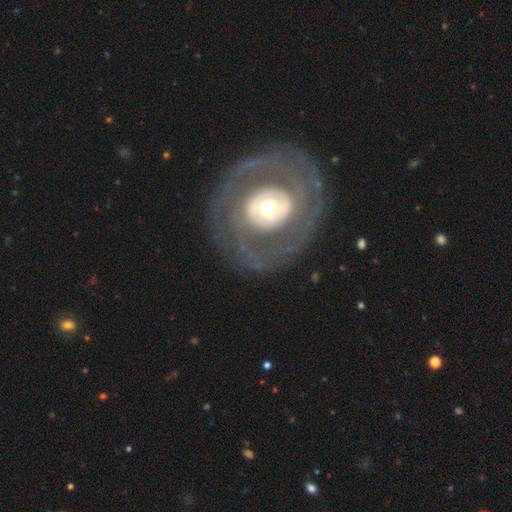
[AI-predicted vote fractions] smooth-or-featured: featured or disk: 74% | smooth: 20% | star or artifact: 6%
  disk-edge-on: no: 96% | yes: 4%
    bar: no: 70% | weak: 19% | strong: 11%
    has-spiral-arms: yes: 54% | no: 46%
    bulge-size: moderate: 54% | small: 25% | large: 18% | dominant: 3% | none: 1%
  merging: none: 78% | minor disturbance: 11% | major disturbance: 9% | merger: 1%